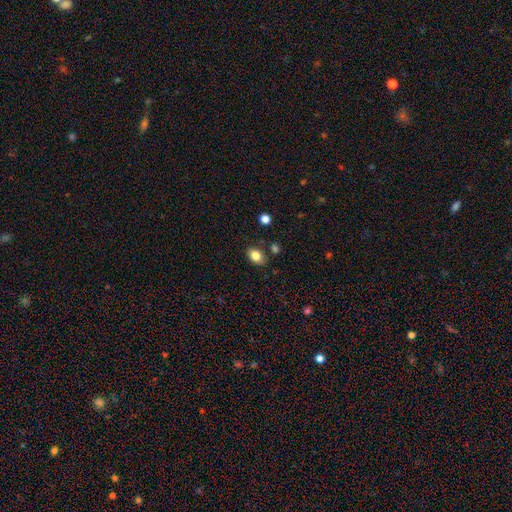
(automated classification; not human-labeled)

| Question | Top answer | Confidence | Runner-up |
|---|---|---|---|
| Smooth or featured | smooth | 83% | star or artifact (9%) |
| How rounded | in between | 78% | round (21%) |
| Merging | none | 80% | minor disturbance (13%) |